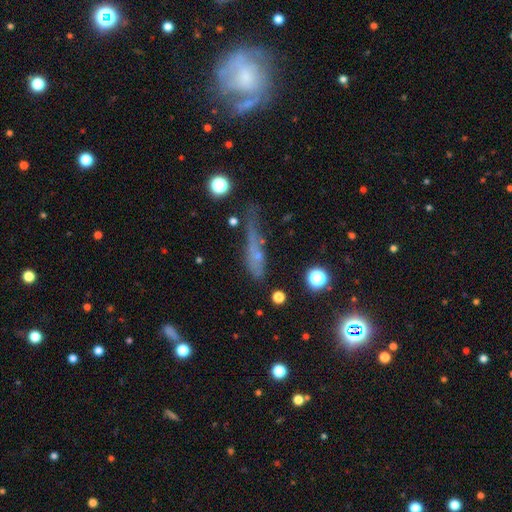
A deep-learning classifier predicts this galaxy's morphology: Smooth or featured? smooth (50%)
How rounded? cigar-shaped (69%)
Merging? none (39%)